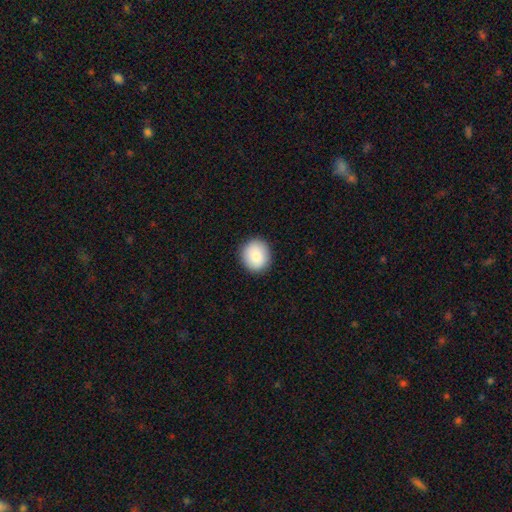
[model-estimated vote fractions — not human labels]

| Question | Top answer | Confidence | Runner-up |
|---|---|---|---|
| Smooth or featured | smooth | 86% | star or artifact (7%) |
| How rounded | round | 85% | in between (14%) |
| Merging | none | 90% | minor disturbance (7%) |